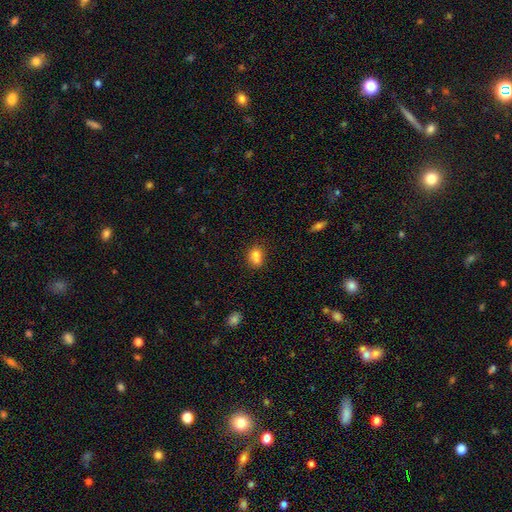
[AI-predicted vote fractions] This appears to be a smooth galaxy with no disk features (81%) that is in between round and cigar-shaped (65%). Merging: none (54%).